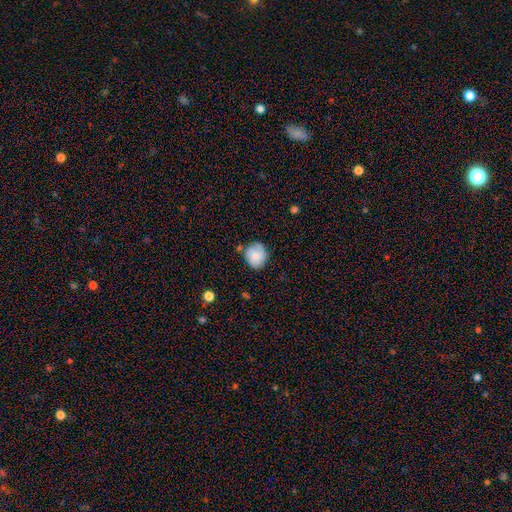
smooth 88%, featured or disk 8%, star or artifact 5%. Down the decision tree: how rounded — round (86%); merging — none (82%).